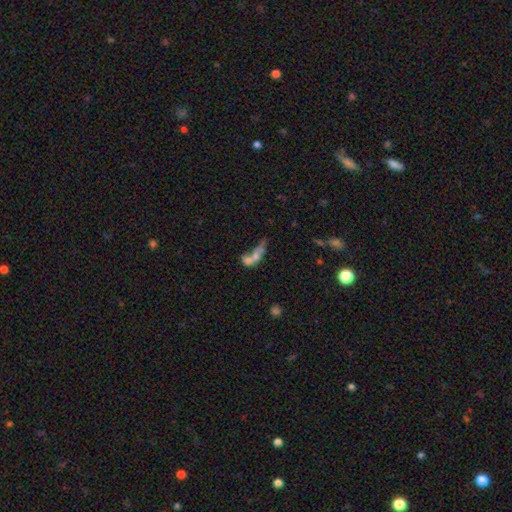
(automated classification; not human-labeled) Morphology: type=smooth (54%); roundness=in between (61%); merging=merger (65%).